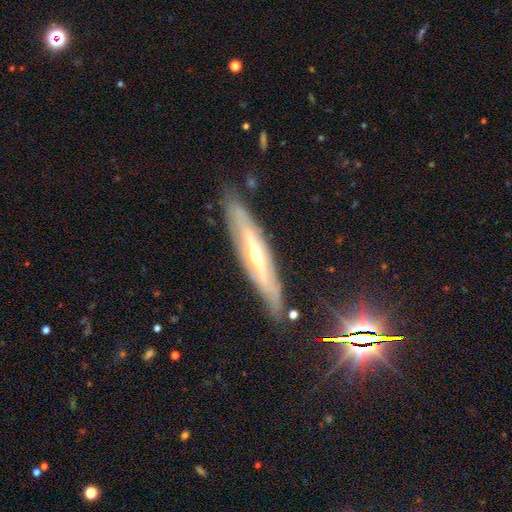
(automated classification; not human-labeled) smooth_or_featured: featured or disk (p=0.76) [alt: smooth p=0.16]
disk_edge_on: yes (p=0.70) [alt: no p=0.30]
edge_on_bulge: rounded (p=0.71) [alt: none p=0.25]
merging: none (p=0.83) [alt: minor disturbance p=0.13]